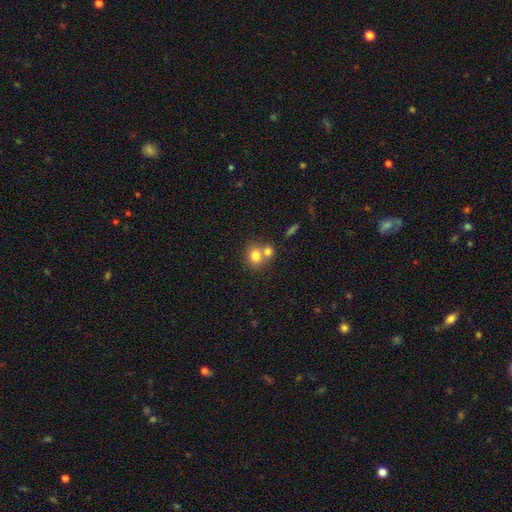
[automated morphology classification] A smooth galaxy with no disk features (78%) that is round (77%).

Vote fractions:
- Smooth or featured? smooth: 78% / featured or disk: 12% / star or artifact: 10%
- How rounded? round: 77% / in between: 22% / cigar-shaped: 1%
- Merging? merger: 49% / none: 41% / minor disturbance: 7% / major disturbance: 3%